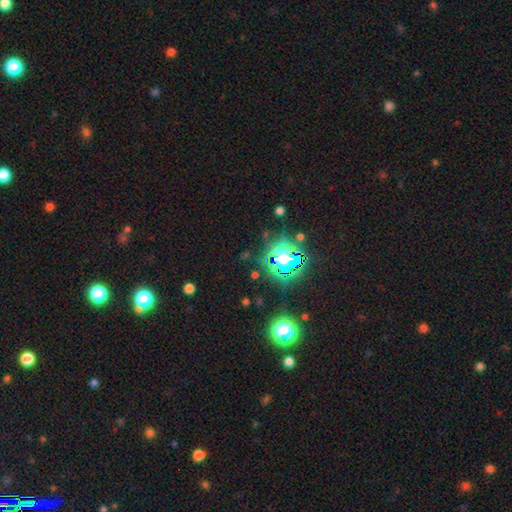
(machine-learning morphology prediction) Overall: star or artifact (79%).